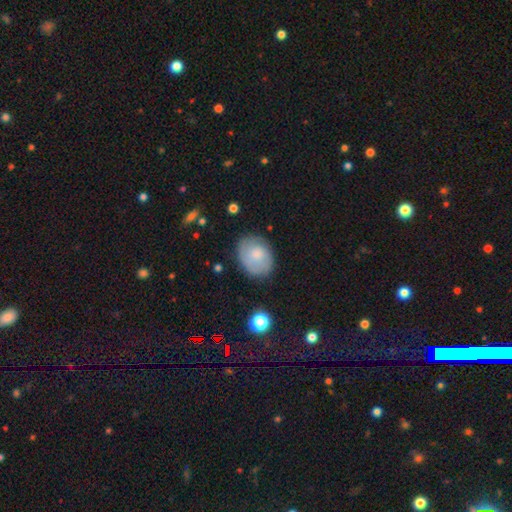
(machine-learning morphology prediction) Smooth or featured?
  - smooth: 63% *
  - featured or disk: 29%
  - star or artifact: 8%
How rounded?
  - in between: 66% *
  - round: 33%
  - cigar-shaped: 1%
Merging?
  - none: 75% *
  - minor disturbance: 18%
  - major disturbance: 5%
  - merger: 2%